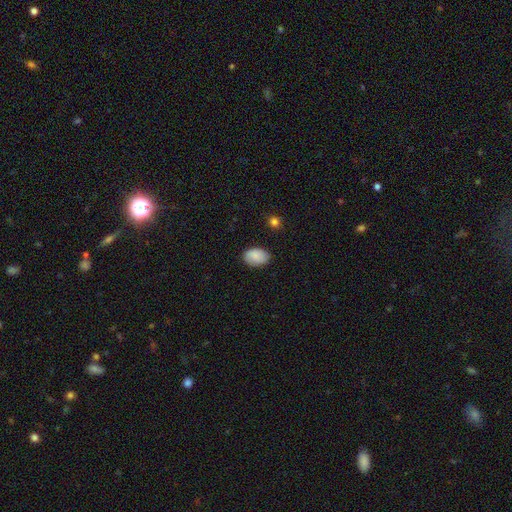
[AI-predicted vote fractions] This appears to be a smooth galaxy with no disk features (87%) that is in between round and cigar-shaped (84%). Merging: none (83%).